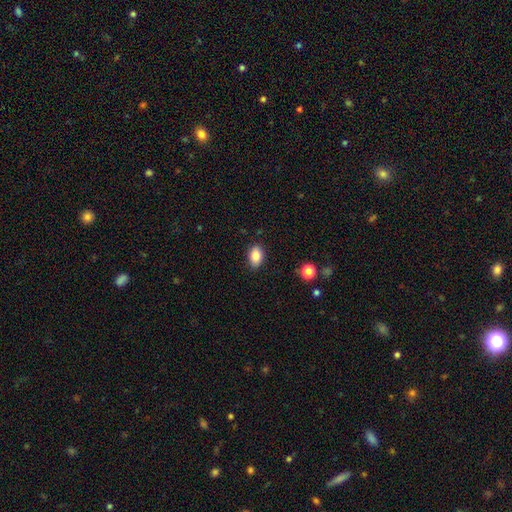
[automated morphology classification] type=smooth (86%); roundness=in between (86%); merging=none (86%).